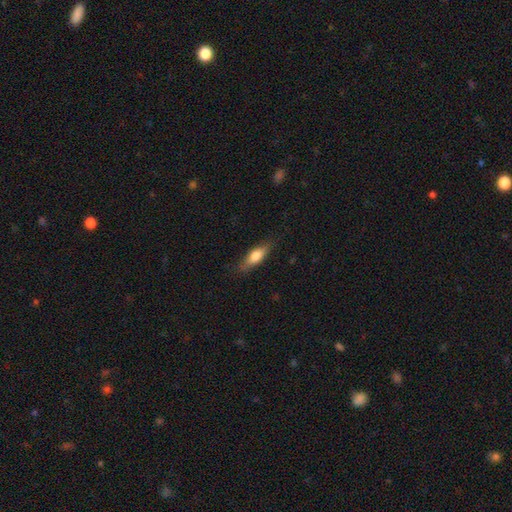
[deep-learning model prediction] Overall: smooth (70%). How rounded: in between (53%; cigar-shaped 44%). Merging: none (79%).